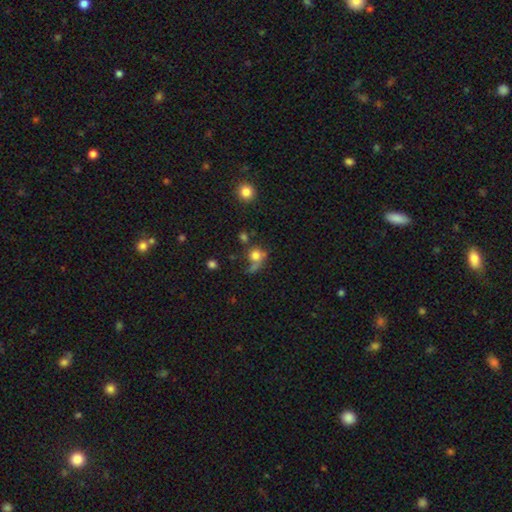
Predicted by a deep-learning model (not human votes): Smooth or featured? Predicted: smooth (p=0.73). How rounded? Predicted: round (p=0.80). Merging? Predicted: none (p=0.38).